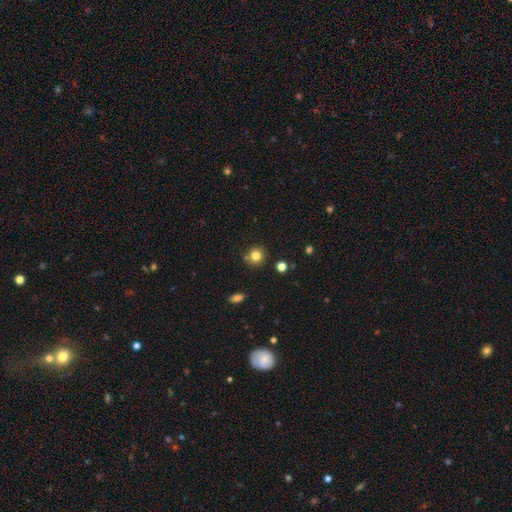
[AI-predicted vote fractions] Morphology: type=smooth (80%); roundness=round (89%); merging=none (79%).